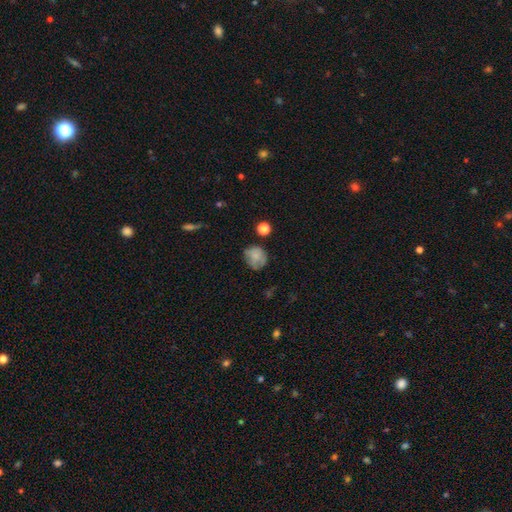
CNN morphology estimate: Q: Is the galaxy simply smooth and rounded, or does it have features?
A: smooth — 73%.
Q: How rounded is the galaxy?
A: round — 73%.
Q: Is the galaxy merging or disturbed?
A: none — 59%.